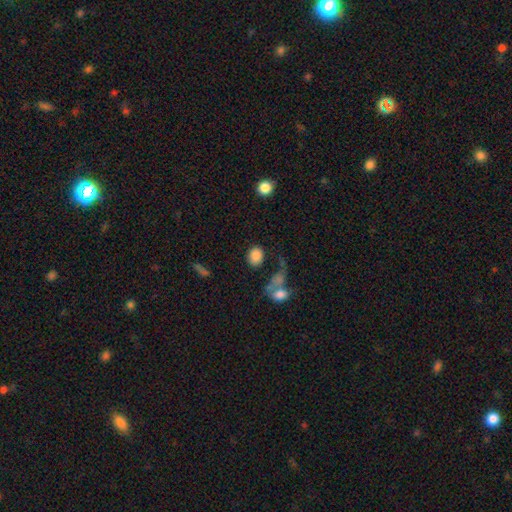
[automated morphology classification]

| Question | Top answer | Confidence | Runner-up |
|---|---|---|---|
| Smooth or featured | smooth | 85% | star or artifact (9%) |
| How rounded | in between | 53% | round (46%) |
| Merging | none | 68% | minor disturbance (13%) |